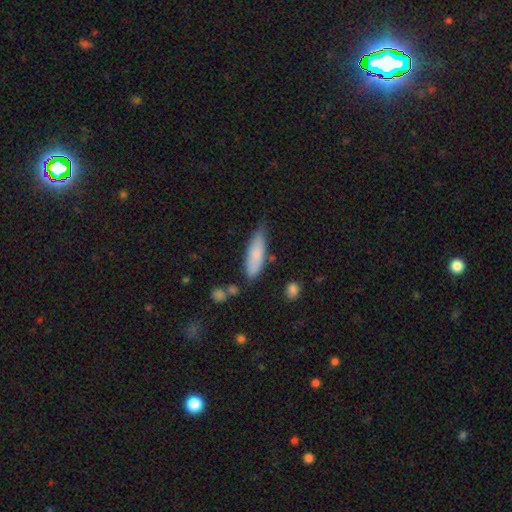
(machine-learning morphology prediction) A smooth galaxy with no disk features (77%) that is cigar-shaped (50%). Merging: none (65%).